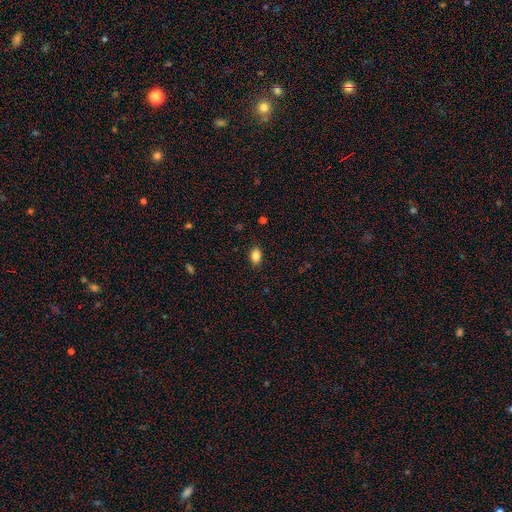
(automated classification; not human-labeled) This appears to be a smooth galaxy with no disk features (86%) that is in between round and cigar-shaped (84%). Merging: none (88%).